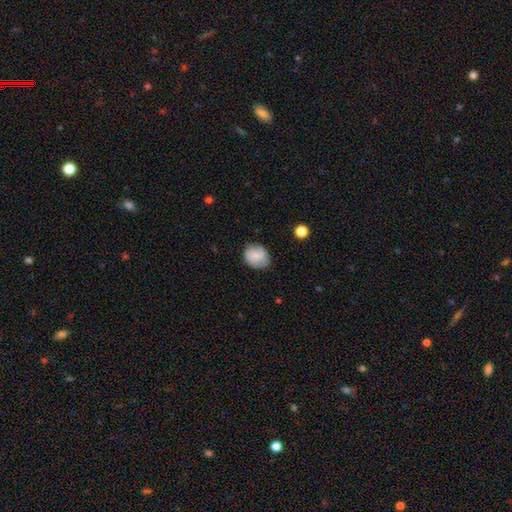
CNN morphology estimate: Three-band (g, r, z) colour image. It shows a smooth galaxy with no disk features (67%) that is round (54%). Merging: none (74%).